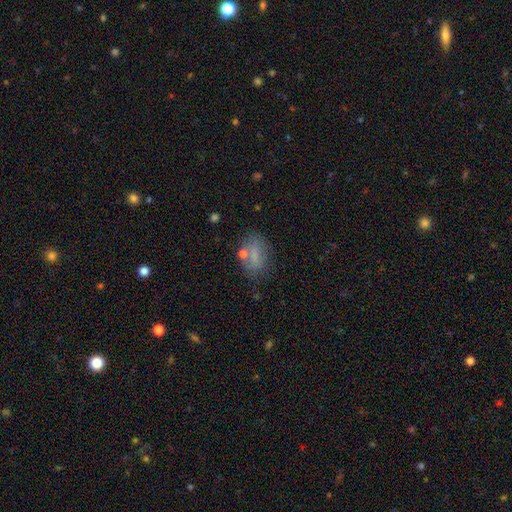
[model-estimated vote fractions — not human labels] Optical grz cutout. It shows a smooth galaxy with no disk features (68%) that is in between round and cigar-shaped (82%). Merging: none (65%).